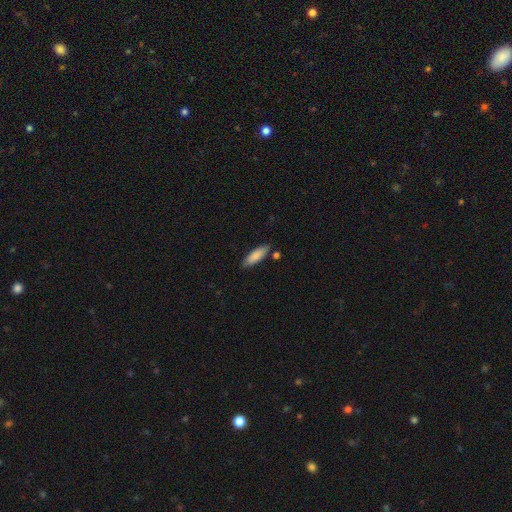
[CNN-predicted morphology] Overall: smooth (86%). How rounded: in between (55%; cigar-shaped 43%). Merging: none (81%).